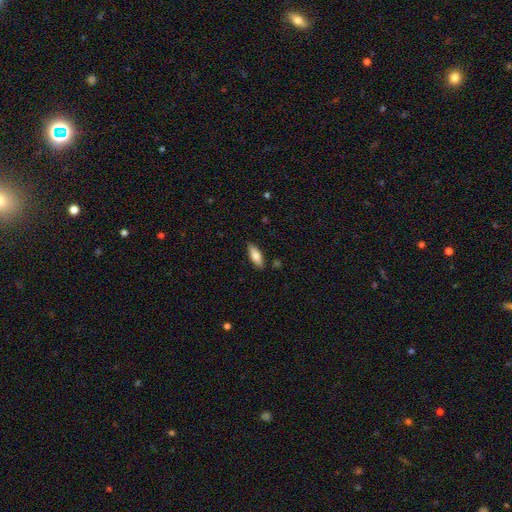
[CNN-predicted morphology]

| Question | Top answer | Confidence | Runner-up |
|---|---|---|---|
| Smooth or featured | smooth | 81% | featured or disk (13%) |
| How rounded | in between | 74% | cigar-shaped (24%) |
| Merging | none | 85% | minor disturbance (11%) |